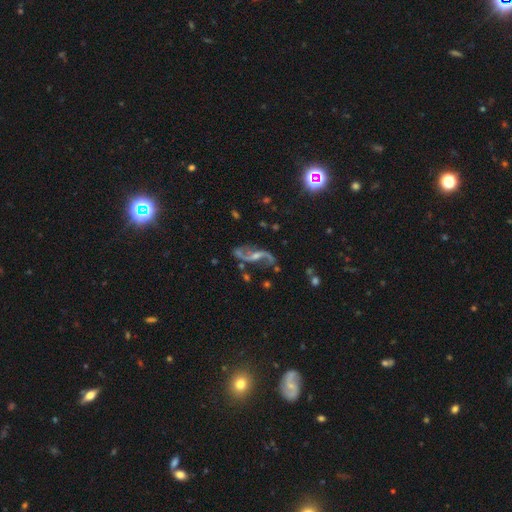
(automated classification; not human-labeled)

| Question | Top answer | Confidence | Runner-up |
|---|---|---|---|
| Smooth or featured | featured or disk | 87% | star or artifact (9%) |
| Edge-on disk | no | 96% | yes (4%) |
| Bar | weak | 42% | no (36%) |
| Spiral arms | yes | 96% | no (4%) |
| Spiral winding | loose | 76% | medium (19%) |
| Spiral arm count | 2 | 93% | 1 (2%) |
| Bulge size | small | 47% | moderate (40%) |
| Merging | none | 70% | minor disturbance (16%) |